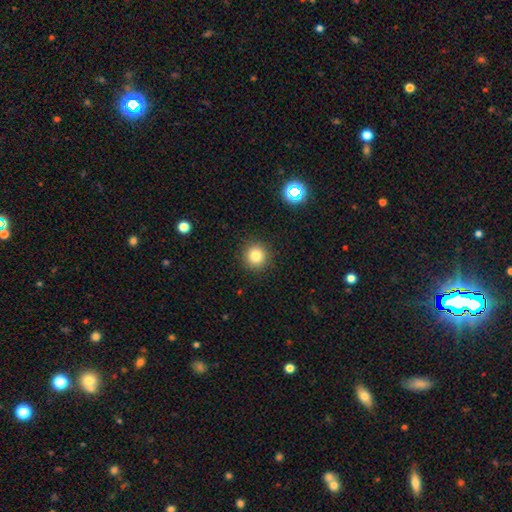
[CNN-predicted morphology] Smooth or featured? smooth (82%)
How rounded? round (94%)
Merging? none (91%)